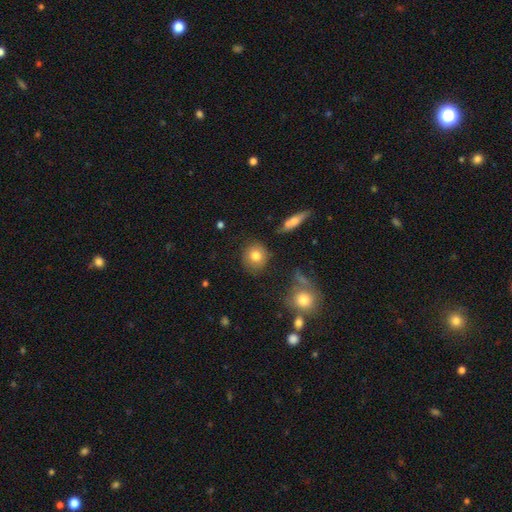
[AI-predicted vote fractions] A smooth galaxy with no disk features (79%) that is round (87%). Merging: none (85%).